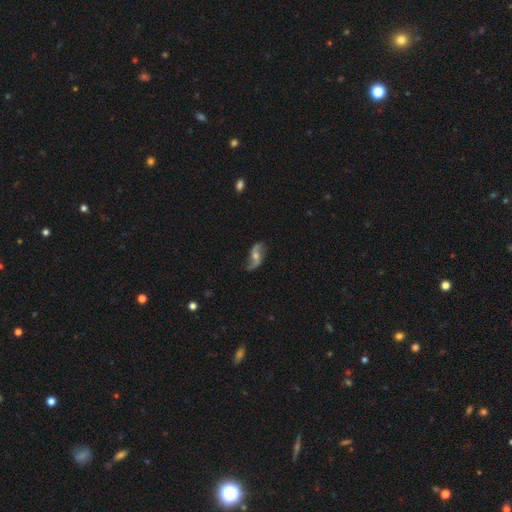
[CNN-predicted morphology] A featured or disk galaxy (85%) with no bar (48%), 2 (93%) loose (84%) spiral arms (94%) and a moderate central bulge (55%). Merging: none (76%).